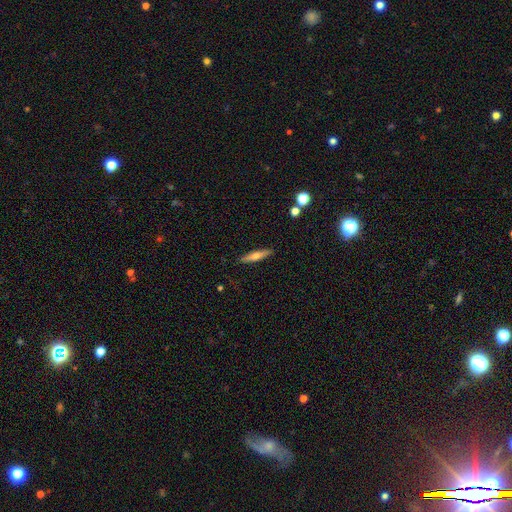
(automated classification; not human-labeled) Morphology: type=smooth (50%); roundness=cigar-shaped (86%); merging=none (89%).